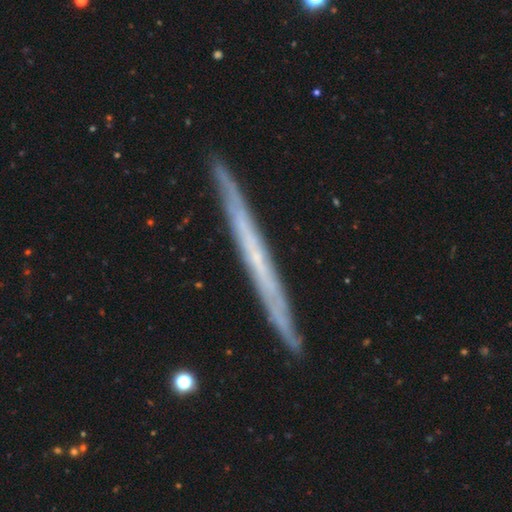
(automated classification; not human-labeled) Q: Smooth or featured?
A: featured or disk (68%); runner-up: smooth (25%)
Q: Edge-on disk?
A: yes (95%); runner-up: no (5%)
Q: Edge-on bulge?
A: none (89%); runner-up: rounded (8%)
Q: Merging?
A: none (90%); runner-up: minor disturbance (8%)